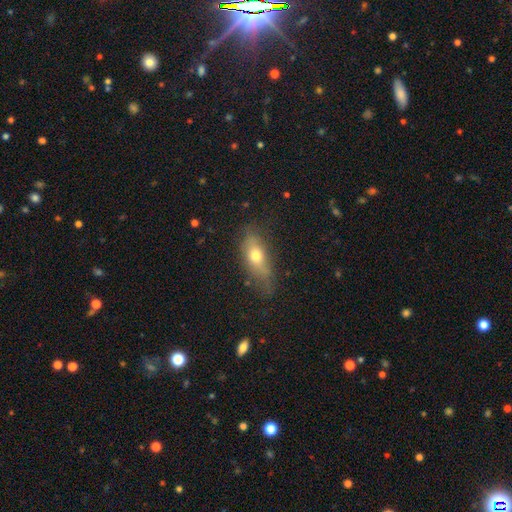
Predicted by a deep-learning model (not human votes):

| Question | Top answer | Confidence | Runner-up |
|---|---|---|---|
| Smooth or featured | smooth | 63% | featured or disk (28%) |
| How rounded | in between | 70% | cigar-shaped (24%) |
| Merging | none | 60% | minor disturbance (27%) |